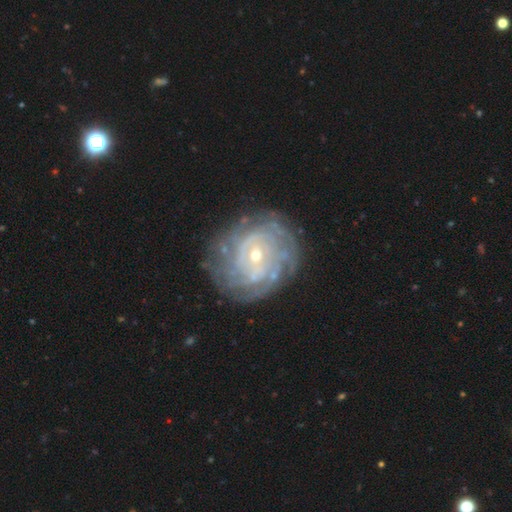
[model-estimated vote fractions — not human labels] A featured or disk galaxy (84%) with no bar (70%), tight (77%) spiral arms (92%) and a small central bulge (70%).

Vote fractions:
- Smooth or featured? featured or disk: 84% / smooth: 9% / star or artifact: 7%
- Edge-on disk? no: 97% / yes: 3%
- Bar? no: 70% / weak: 23% / strong: 7%
- Spiral arms? yes: 92% / no: 8%
- Spiral winding? tight: 77% / medium: 18% / loose: 5%
- Spiral arm count? can't tell: 39% / more than 4: 18% / 4: 16% / 3: 11% / 2: 9% / 1: 6%
- Bulge size? small: 70% / moderate: 26% / large: 2% / none: 1% / dominant: 1%
- Merging? none: 75% / minor disturbance: 16% / major disturbance: 7% / merger: 2%